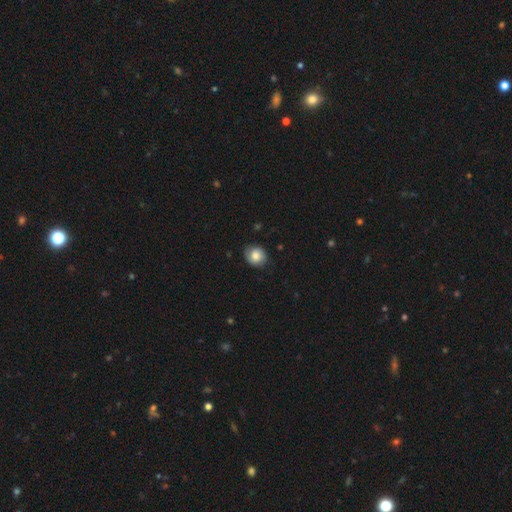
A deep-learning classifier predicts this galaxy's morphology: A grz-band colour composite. It shows a smooth galaxy with no disk features (78%) that is round (78%). Merging: none (80%).